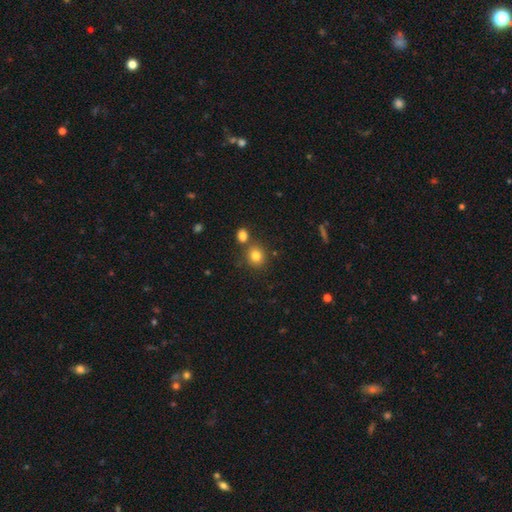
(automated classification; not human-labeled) smooth 81%, star or artifact 12%, featured or disk 7%. Down the decision tree: how rounded — round (80%); merging — none (71%).